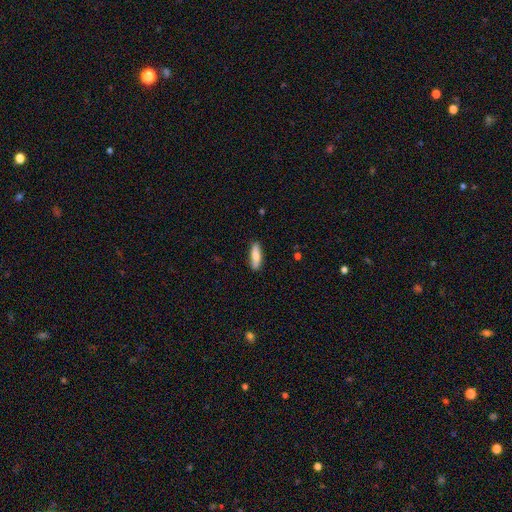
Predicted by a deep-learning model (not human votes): The model was most divided on "how rounded": cigar-shaped: 59%, in between: 39%, round: 2%. More confident: merging — none (87%); smooth or featured — smooth (77%).